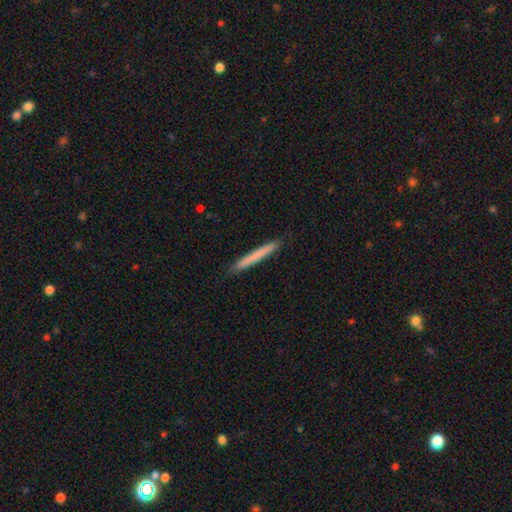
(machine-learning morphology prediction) smooth_or_featured: smooth (p=0.72) [alt: featured or disk p=0.22]
how_rounded: cigar-shaped (p=0.97) [alt: in between p=0.02]
merging: none (p=0.91) [alt: minor disturbance p=0.06]